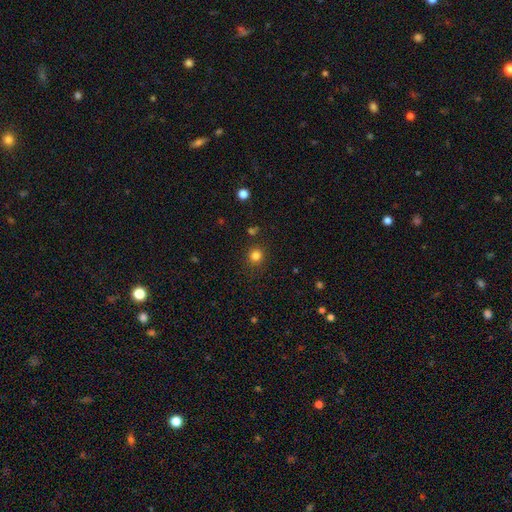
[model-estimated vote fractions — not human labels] Smooth or featured: smooth — 81% (star or artifact — 14%)
How rounded: round — 88% (in between — 11%)
Merging: none — 85% (minor disturbance — 9%)